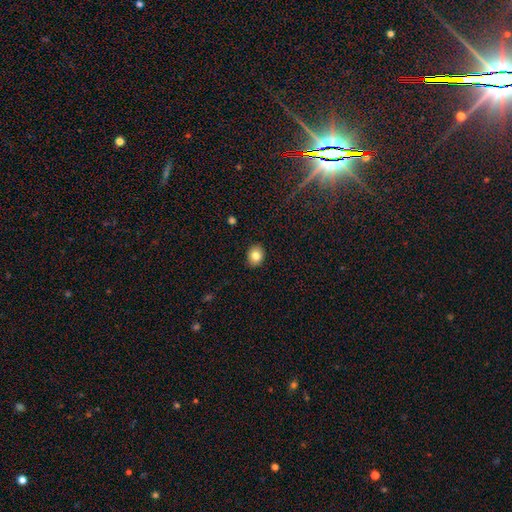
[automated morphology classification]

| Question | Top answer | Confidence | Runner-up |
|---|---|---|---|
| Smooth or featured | smooth | 82% | featured or disk (9%) |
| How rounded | in between | 52% | round (47%) |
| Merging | none | 90% | minor disturbance (8%) |